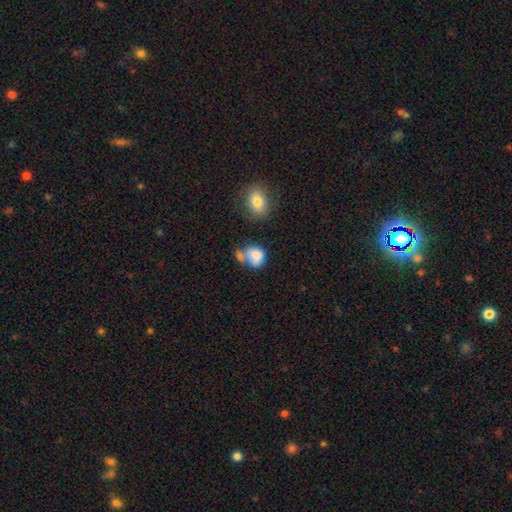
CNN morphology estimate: type=smooth (77%); roundness=in between (51%); merging=merger (38%).